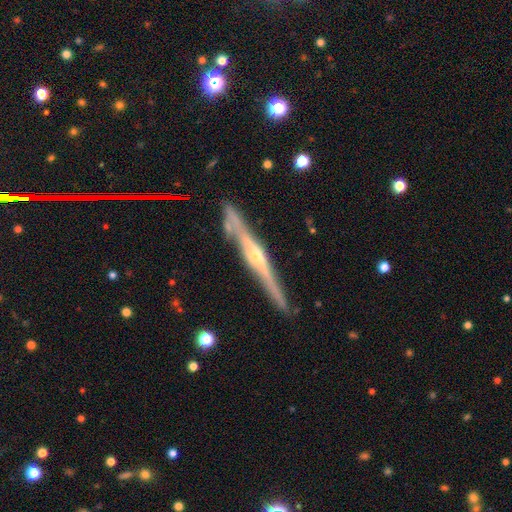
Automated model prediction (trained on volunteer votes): Q: Smooth or featured?
A: featured or disk (83%); runner-up: smooth (11%)
Q: Edge-on disk?
A: yes (97%); runner-up: no (3%)
Q: Edge-on bulge?
A: rounded (78%); runner-up: none (16%)
Q: Merging?
A: none (83%); runner-up: minor disturbance (11%)